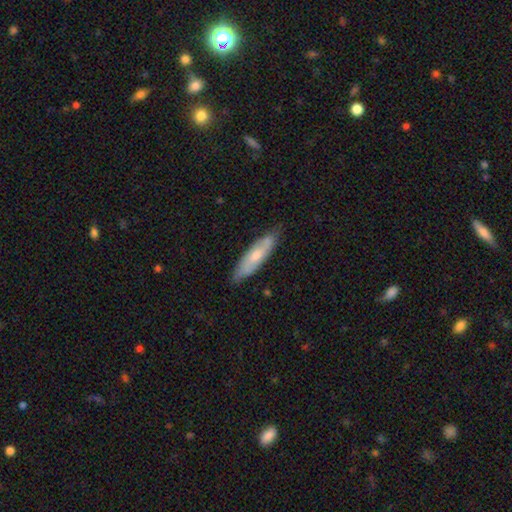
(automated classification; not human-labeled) Overall: smooth (55%; featured or disk 39%). How rounded: cigar-shaped (67%; in between 31%). Merging: none (77%).